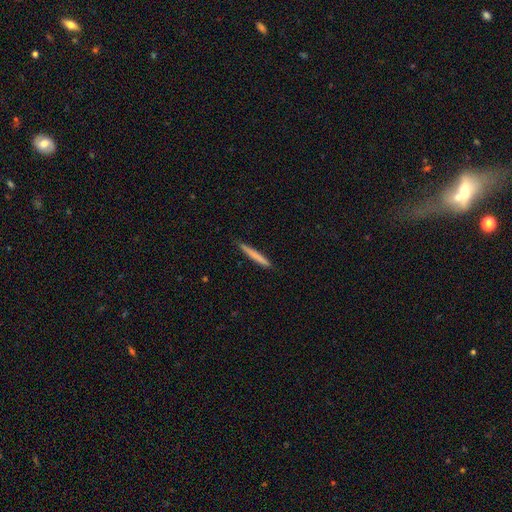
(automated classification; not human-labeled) Smooth or featured?
  - smooth: 72% *
  - featured or disk: 22%
  - star or artifact: 5%
How rounded?
  - cigar-shaped: 97% *
  - in between: 2%
  - round: 1%
Merging?
  - none: 90% *
  - minor disturbance: 7%
  - major disturbance: 1%
  - merger: 1%